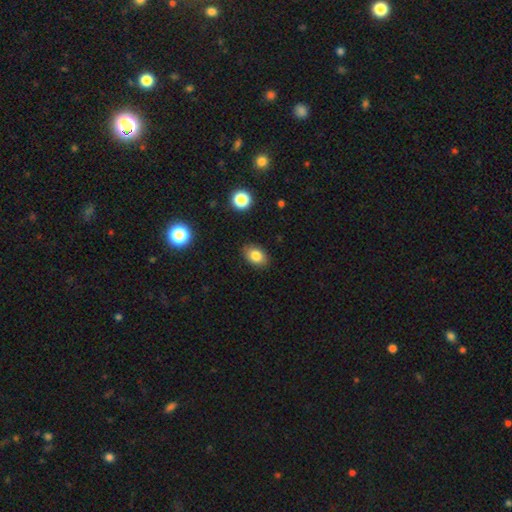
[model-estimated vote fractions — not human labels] This is clearly a smooth galaxy (81%). How rounded: clearly in between (82%). Merging: clearly none (86%).